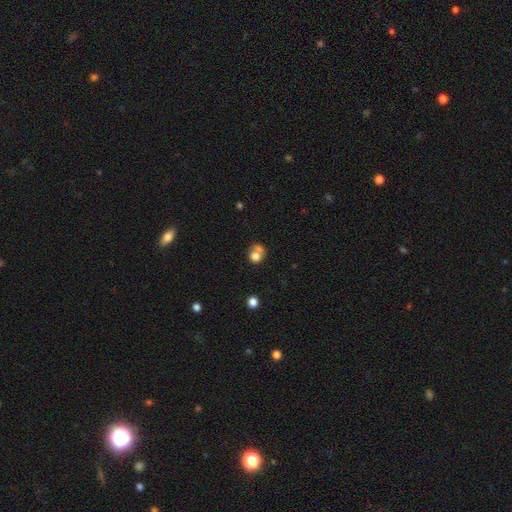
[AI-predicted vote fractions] Q: Smooth or featured?
A: smooth (75%); runner-up: featured or disk (14%)
Q: How rounded?
A: round (72%); runner-up: in between (27%)
Q: Merging?
A: merger (44%); runner-up: none (36%)